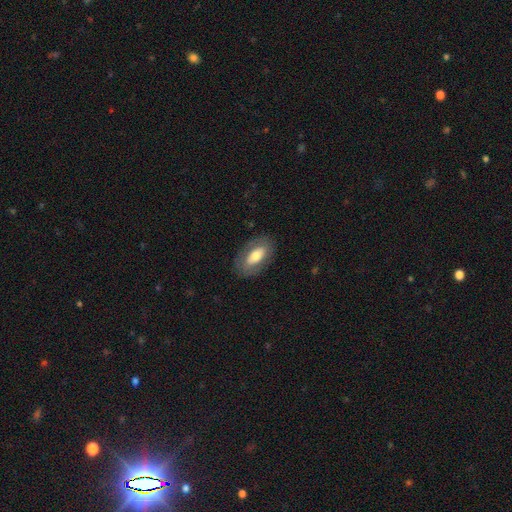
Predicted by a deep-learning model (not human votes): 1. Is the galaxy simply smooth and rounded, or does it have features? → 58% smooth, 36% featured or disk, 6% star or artifact.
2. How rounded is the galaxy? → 91% in between, 5% cigar-shaped, 5% round.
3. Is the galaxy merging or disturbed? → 81% none, 13% minor disturbance, 5% major disturbance, 1% merger.